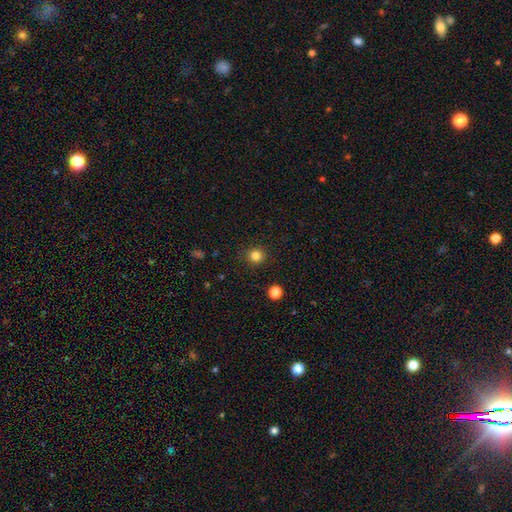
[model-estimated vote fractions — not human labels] smooth 82%, star or artifact 13%, featured or disk 5%. Down the decision tree: how rounded — round (94%); merging — none (91%).